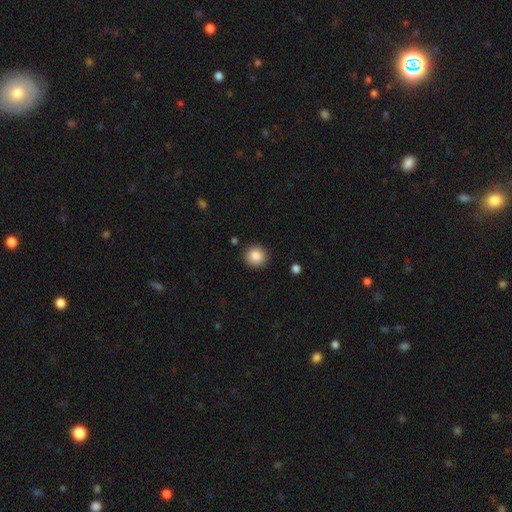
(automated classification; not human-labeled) Morphology: type=smooth (86%); roundness=round (89%); merging=none (90%).